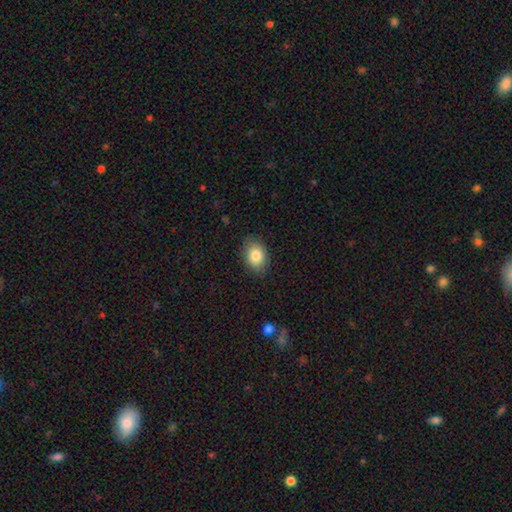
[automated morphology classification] A smooth galaxy with no disk features (84%) that is in between round and cigar-shaped (73%).

Vote fractions:
- Smooth or featured? smooth: 84% / featured or disk: 8% / star or artifact: 8%
- How rounded? in between: 73% / round: 26% / cigar-shaped: 1%
- Merging? none: 85% / minor disturbance: 11% / major disturbance: 3% / merger: 1%